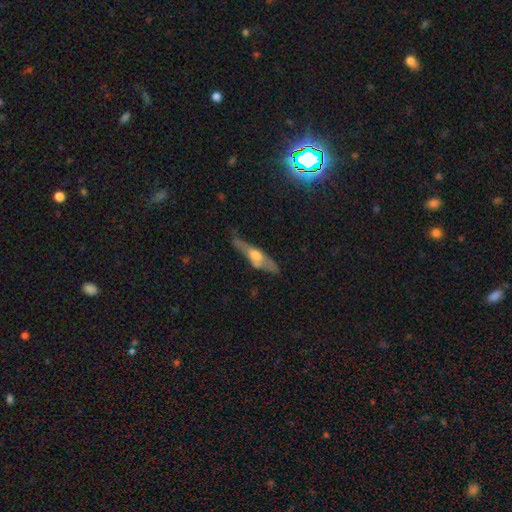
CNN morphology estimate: The model was most divided on "smooth or featured": featured or disk: 56%, smooth: 38%, star or artifact: 6%. More confident: edge-on disk — yes (79%); merging — none (59%).